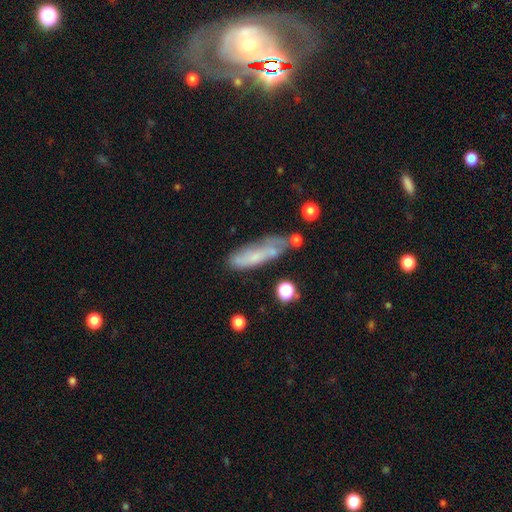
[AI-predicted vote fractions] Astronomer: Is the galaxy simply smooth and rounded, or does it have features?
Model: smooth — 51% (runner-up: featured or disk, 39%).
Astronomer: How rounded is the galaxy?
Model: cigar-shaped — 62%.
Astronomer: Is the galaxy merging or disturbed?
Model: none — 53%.